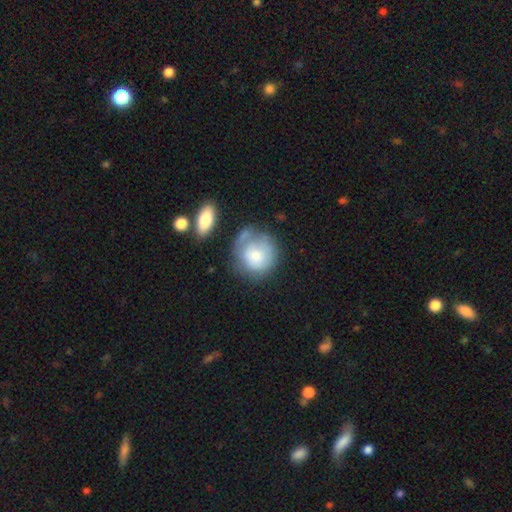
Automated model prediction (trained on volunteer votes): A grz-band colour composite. It shows a smooth galaxy with no disk features (67%) that is round (84%). Merging: none (45%).